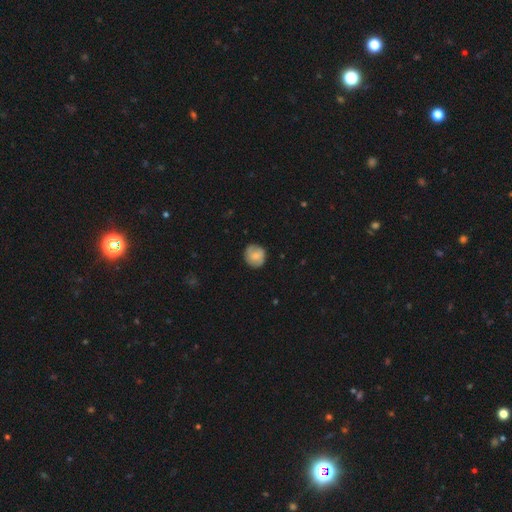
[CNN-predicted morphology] Smooth or featured?
  - smooth: 67% *
  - featured or disk: 26%
  - star or artifact: 7%
How rounded?
  - round: 87% *
  - in between: 12%
  - cigar-shaped: 1%
Merging?
  - none: 81% *
  - minor disturbance: 14%
  - major disturbance: 3%
  - merger: 1%